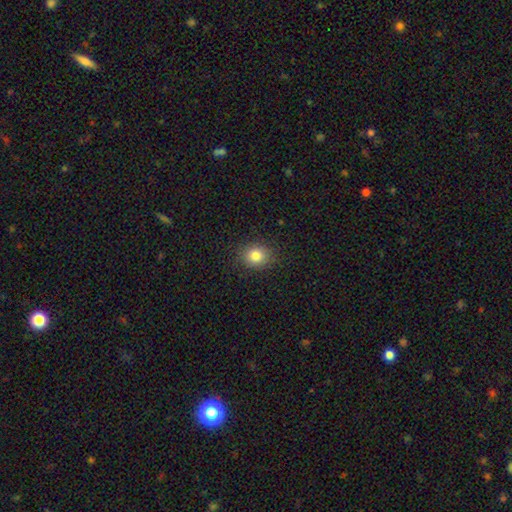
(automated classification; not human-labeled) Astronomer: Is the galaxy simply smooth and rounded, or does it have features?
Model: smooth — 82%.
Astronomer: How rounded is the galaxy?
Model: round — 74%.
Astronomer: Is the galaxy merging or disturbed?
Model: none — 88%.